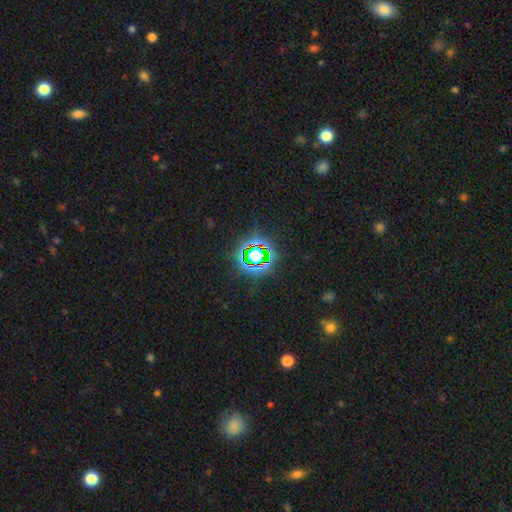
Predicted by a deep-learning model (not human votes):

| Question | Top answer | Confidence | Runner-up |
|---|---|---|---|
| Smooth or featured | star or artifact | 76% | smooth (14%) |